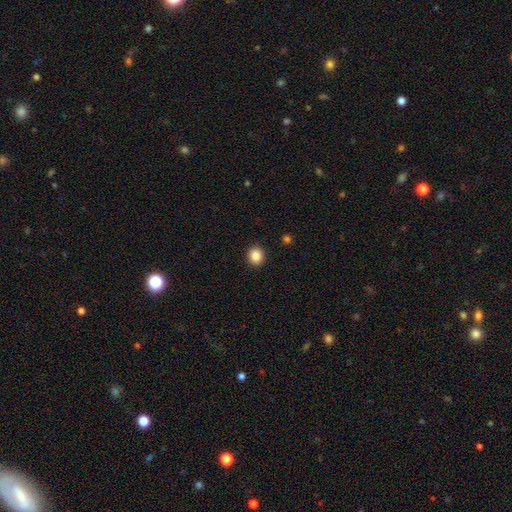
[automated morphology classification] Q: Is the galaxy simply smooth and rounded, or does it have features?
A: smooth — 87%.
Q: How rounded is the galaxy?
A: round — 76%.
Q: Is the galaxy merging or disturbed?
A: none — 92%.